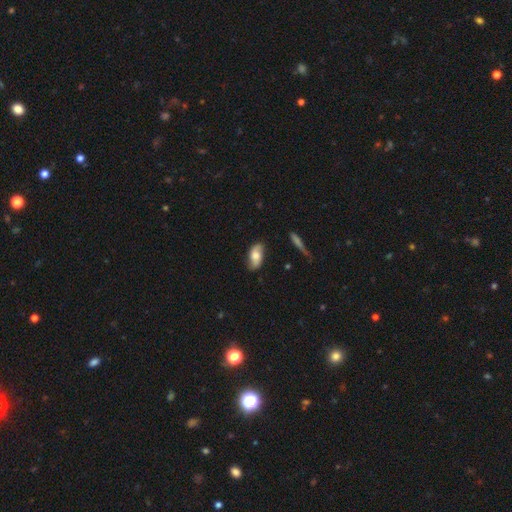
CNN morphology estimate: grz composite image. It shows a smooth galaxy with no disk features (58%) that is in between round and cigar-shaped (90%). Merging: none (76%).